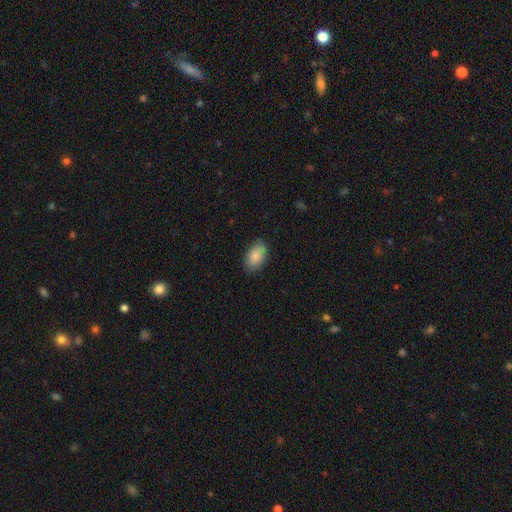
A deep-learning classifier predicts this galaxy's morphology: smooth 88%, star or artifact 6%, featured or disk 6%. Down the decision tree: how rounded — in between (93%); merging — none (84%).